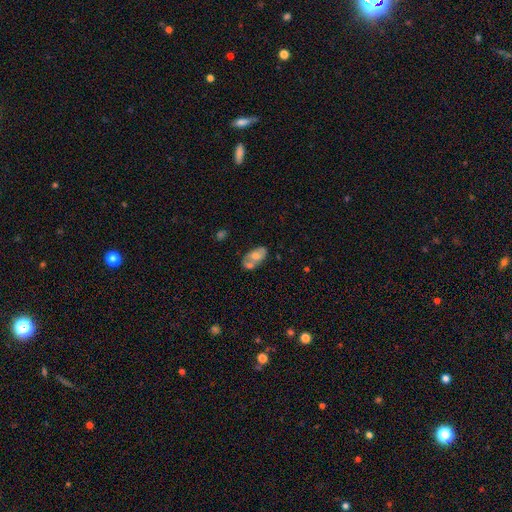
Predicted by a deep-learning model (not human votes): This appears to be a smooth galaxy with no disk features (50%). Merging: merger (39%).